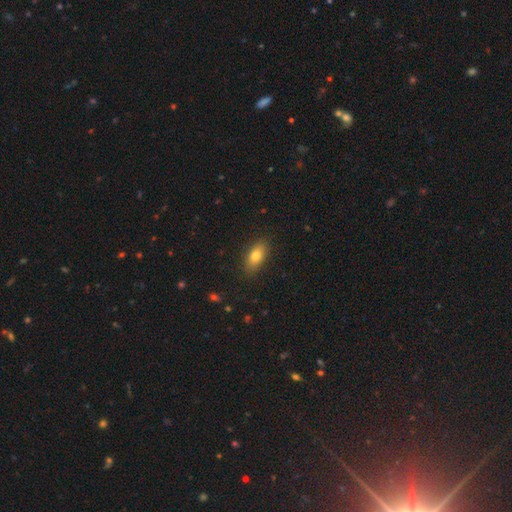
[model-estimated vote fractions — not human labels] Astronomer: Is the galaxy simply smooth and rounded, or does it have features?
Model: smooth — 77%.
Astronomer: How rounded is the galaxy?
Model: in between — 85%.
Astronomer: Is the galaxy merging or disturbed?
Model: none — 86%.